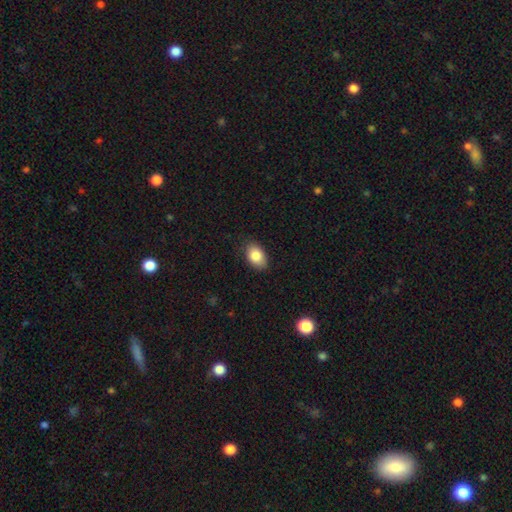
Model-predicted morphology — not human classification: A smooth galaxy with no disk features (85%) that is in between round and cigar-shaped (88%). Merging: none (84%).